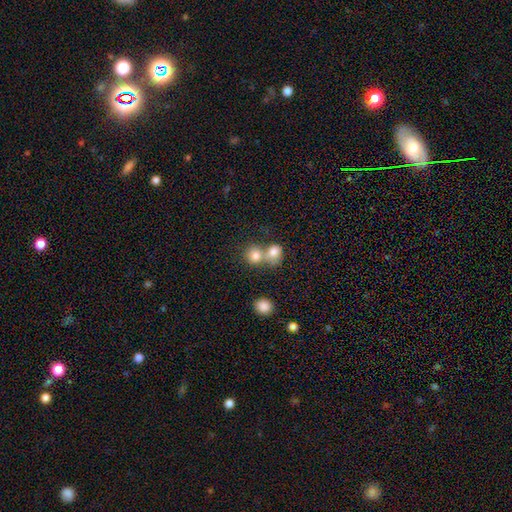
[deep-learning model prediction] smooth_or_featured: smooth (p=0.80) [alt: star or artifact p=0.11]
how_rounded: round (p=0.80) [alt: in between p=0.19]
merging: merger (p=0.56) [alt: none p=0.36]